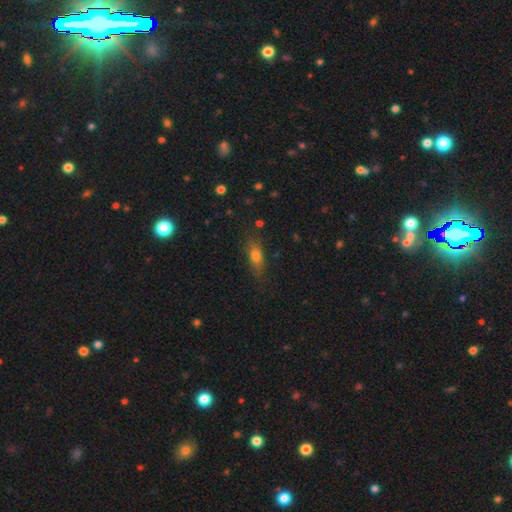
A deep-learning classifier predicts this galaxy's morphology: smooth 71%, featured or disk 18%, star or artifact 11%. Down the decision tree: how rounded — in between (64%); merging — none (76%).